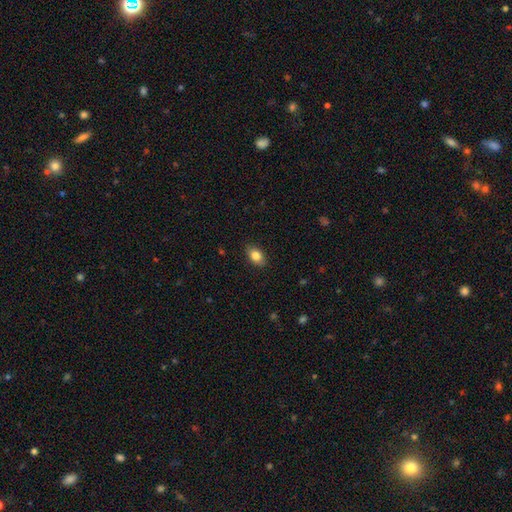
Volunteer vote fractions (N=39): This appears to be a smooth galaxy with no disk features (82%) that is in between round and cigar-shaped (84%). Merging: none (94%).